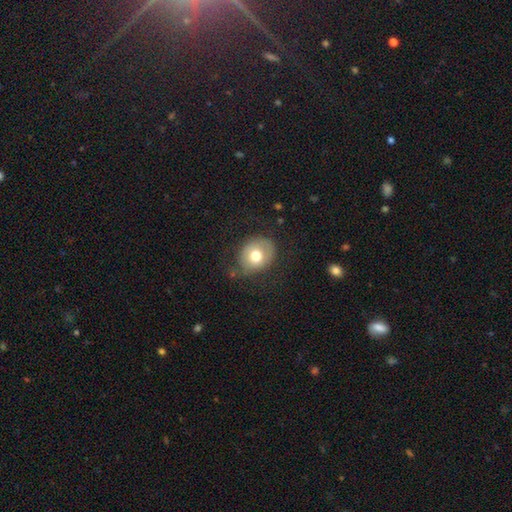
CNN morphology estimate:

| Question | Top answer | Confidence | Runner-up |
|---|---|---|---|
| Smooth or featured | smooth | 72% | featured or disk (19%) |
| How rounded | round | 64% | in between (35%) |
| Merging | none | 67% | minor disturbance (22%) |